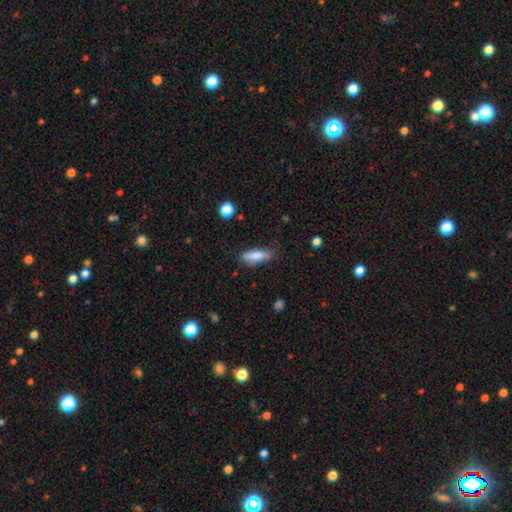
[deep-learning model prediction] smooth_or_featured: smooth (p=0.80) [alt: featured or disk p=0.13]
how_rounded: in between (p=0.52) [alt: cigar-shaped p=0.46]
merging: none (p=0.73) [alt: minor disturbance p=0.20]